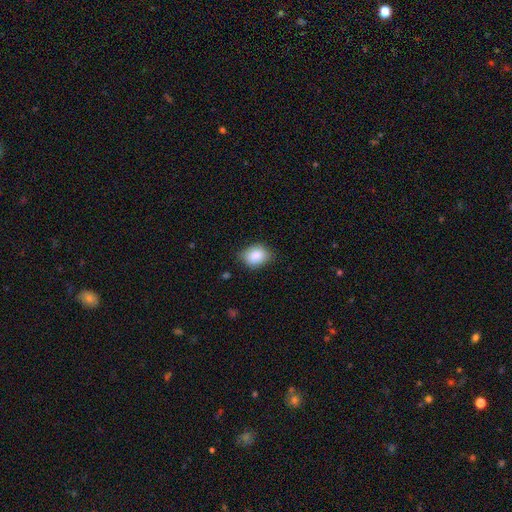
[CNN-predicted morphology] smooth-or-featured: smooth: 85% | star or artifact: 8% | featured or disk: 8%
  how-rounded: in between: 59% | round: 40% | cigar-shaped: 1%
  merging: none: 75% | minor disturbance: 21% | major disturbance: 3% | merger: 1%